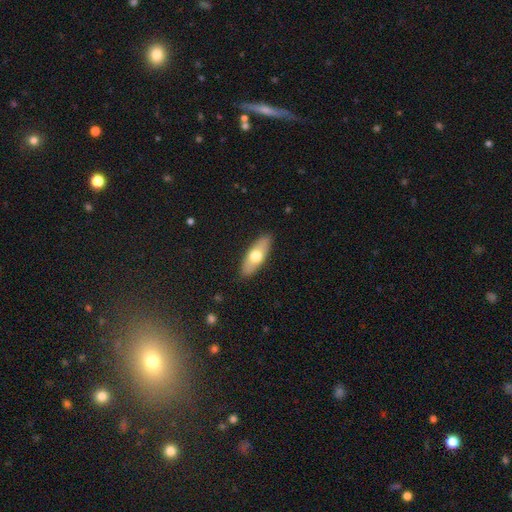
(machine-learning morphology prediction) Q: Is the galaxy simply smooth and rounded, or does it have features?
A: smooth — 62%.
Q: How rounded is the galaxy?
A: in between — 66%.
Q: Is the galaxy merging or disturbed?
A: none — 89%.